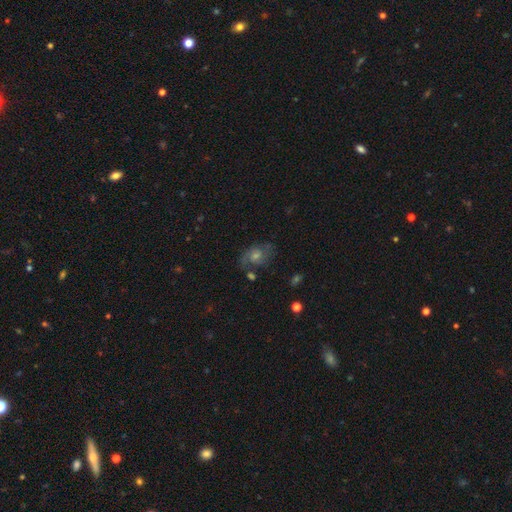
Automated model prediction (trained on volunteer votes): Q: Smooth or featured?
A: featured or disk (51%); runner-up: smooth (28%)
Q: Edge-on disk?
A: no (95%); runner-up: yes (5%)
Q: Merging?
A: none (66%); runner-up: minor disturbance (19%)